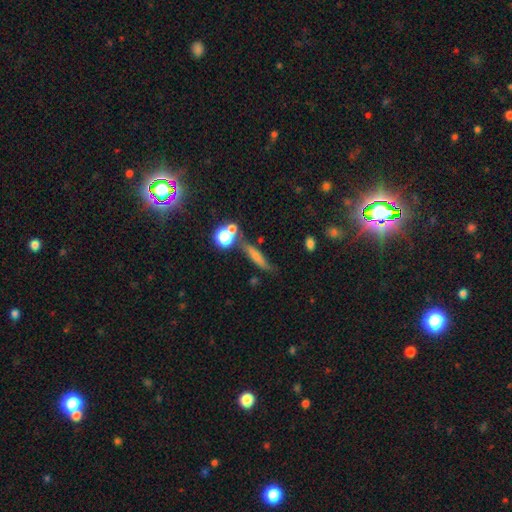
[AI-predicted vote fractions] Smooth or featured: smooth — 52% (featured or disk — 30%)
How rounded: cigar-shaped — 74% (in between — 15%)
Merging: none — 67% (minor disturbance — 16%)